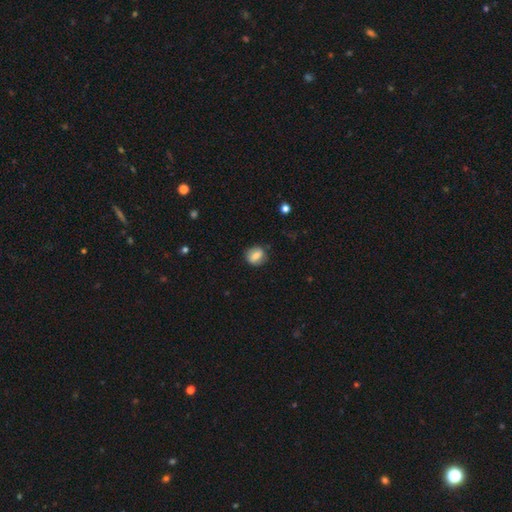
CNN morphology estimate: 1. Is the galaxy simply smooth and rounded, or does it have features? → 71% smooth, 21% featured or disk, 8% star or artifact.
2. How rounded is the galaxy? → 56% round, 42% in between, 2% cigar-shaped.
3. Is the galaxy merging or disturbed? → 81% none, 13% minor disturbance, 4% major disturbance, 2% merger.